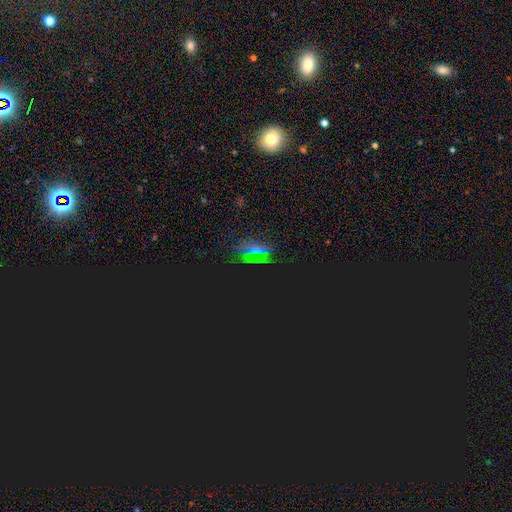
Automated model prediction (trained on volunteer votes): Smooth or featured: star or artifact — 69% (smooth — 22%)